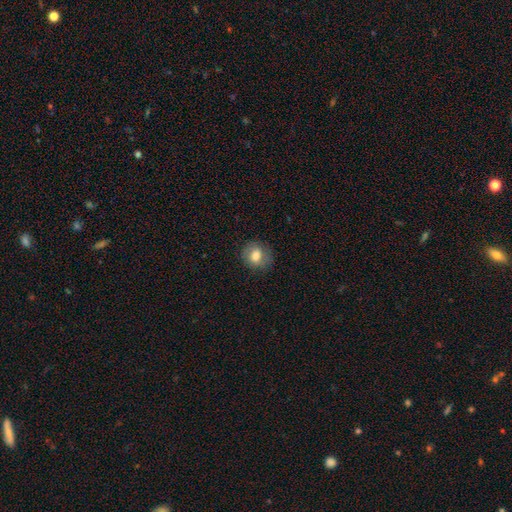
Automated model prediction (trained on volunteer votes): This is likely a smooth galaxy (75%). How rounded: likely round (72%). Merging: clearly none (81%).